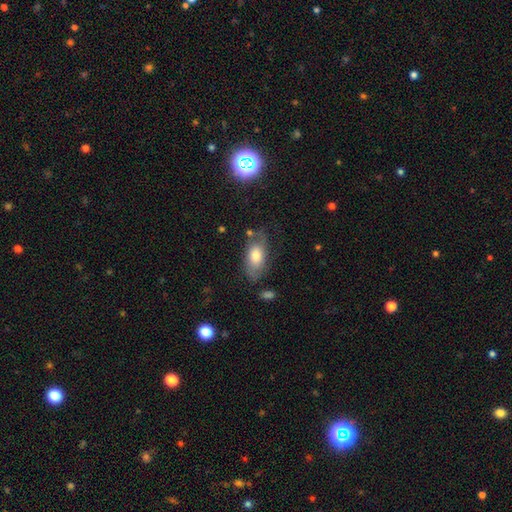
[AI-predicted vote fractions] Morphology: type=smooth (66%); roundness=in between (90%); merging=none (64%).